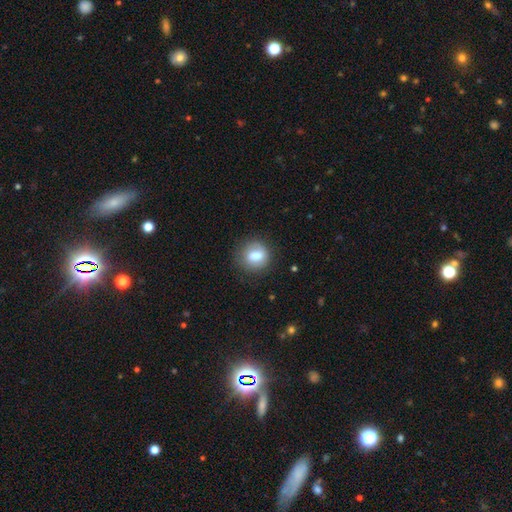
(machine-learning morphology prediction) Smooth or featured? Predicted: smooth (p=0.75). How rounded? Predicted: round (p=0.73). Merging? Predicted: none (p=0.76).